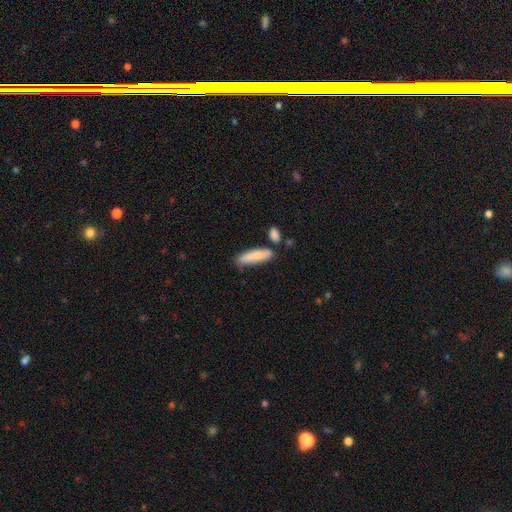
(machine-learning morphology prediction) Smooth or featured: smooth — 81% (featured or disk — 13%)
How rounded: cigar-shaped — 69% (in between — 30%)
Merging: none — 69% (minor disturbance — 18%)